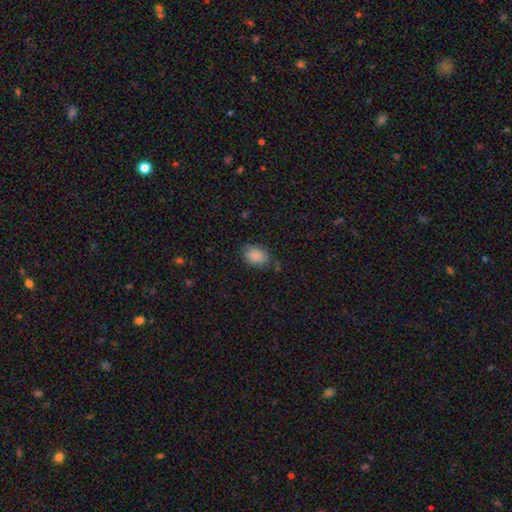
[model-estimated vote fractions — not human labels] A smooth galaxy with no disk features (86%) that is in between round and cigar-shaped (81%).

Vote fractions:
- Smooth or featured? smooth: 86% / star or artifact: 8% / featured or disk: 7%
- How rounded? in between: 81% / round: 18% / cigar-shaped: 1%
- Merging? none: 76% / minor disturbance: 18% / major disturbance: 4% / merger: 2%